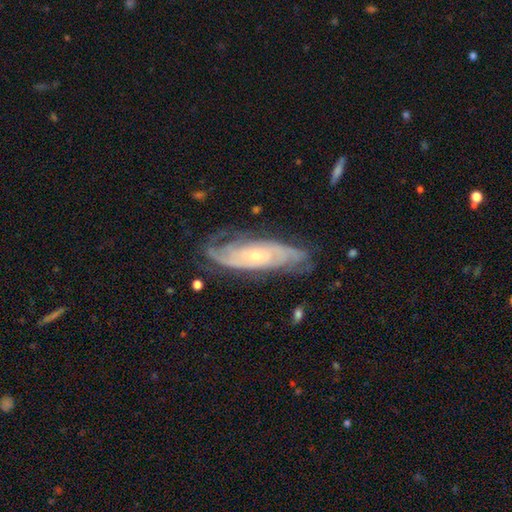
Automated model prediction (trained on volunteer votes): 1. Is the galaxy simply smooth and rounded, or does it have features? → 85% featured or disk, 9% smooth, 6% star or artifact.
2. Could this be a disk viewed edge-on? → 87% no, 13% yes.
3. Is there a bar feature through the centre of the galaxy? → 69% no, 23% weak, 8% strong.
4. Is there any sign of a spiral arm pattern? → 96% yes, 4% no.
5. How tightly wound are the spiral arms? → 66% tight, 27% medium, 7% loose.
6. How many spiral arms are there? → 34% can't tell, 27% 2, 16% 3, 12% 4, 6% more than 4, 5% 1.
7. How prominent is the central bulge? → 75% small, 20% moderate, 2% none, 1% large, 1% dominant.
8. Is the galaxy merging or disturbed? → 74% none, 18% minor disturbance, 6% major disturbance, 2% merger.